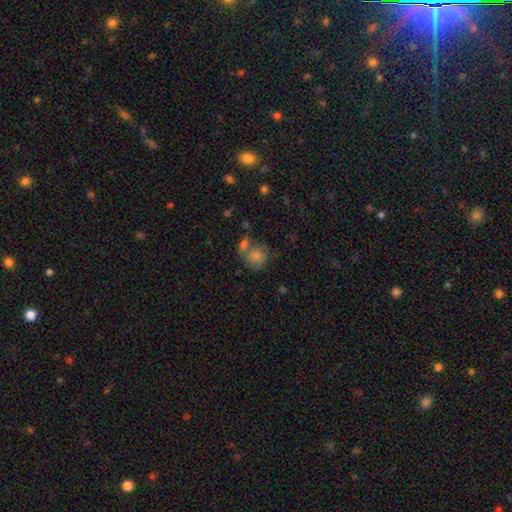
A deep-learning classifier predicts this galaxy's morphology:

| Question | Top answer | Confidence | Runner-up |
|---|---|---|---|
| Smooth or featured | smooth | 71% | star or artifact (16%) |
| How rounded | round | 77% | in between (22%) |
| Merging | none | 50% | merger (30%) |